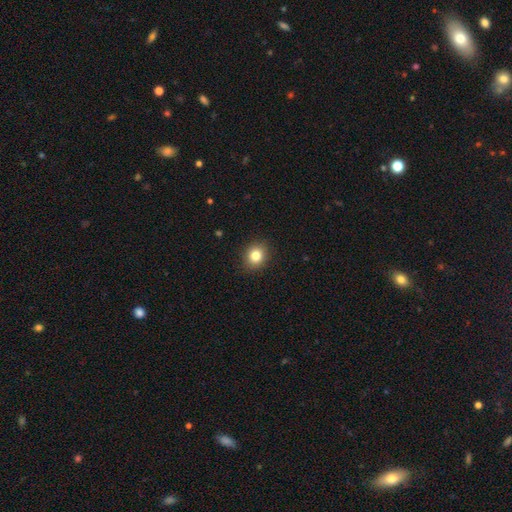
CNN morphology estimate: Smooth or featured? Predicted: smooth (p=0.82). How rounded? Predicted: round (p=0.68). Merging? Predicted: none (p=0.90).